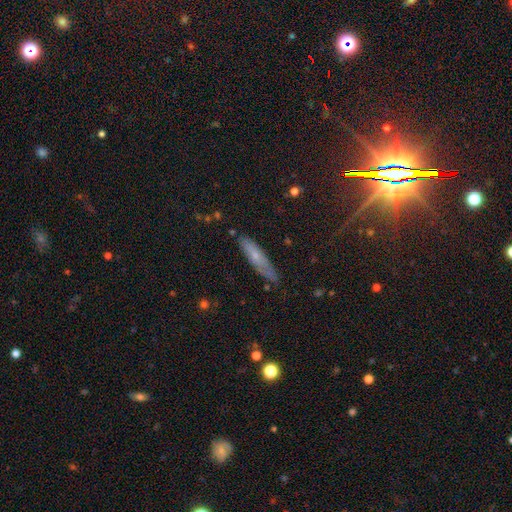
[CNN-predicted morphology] A smooth galaxy with no disk features (55%) that is cigar-shaped (77%). Merging: none (75%).